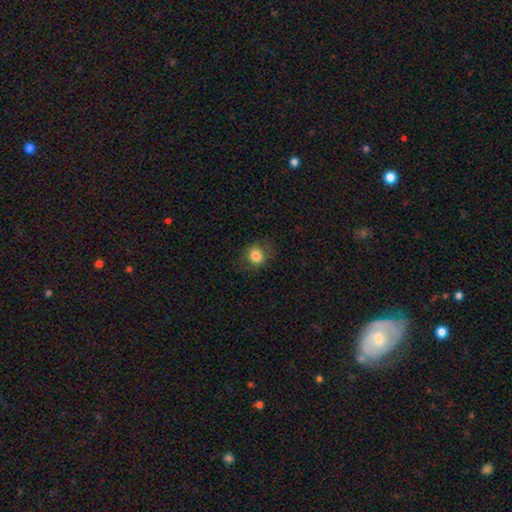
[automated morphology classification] Overall: smooth (82%). How rounded: round (68%; in between 31%). Merging: none (73%).